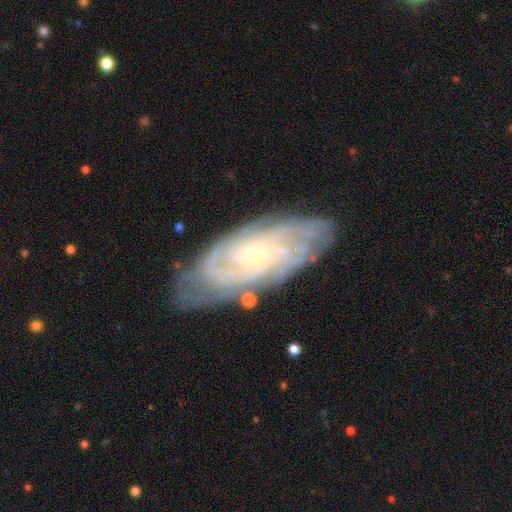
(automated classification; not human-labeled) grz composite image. It shows a featured or disk galaxy (83%) with no bar (69%), tight (72%) spiral arms (95%) and a small central bulge (81%). Merging: none (76%).